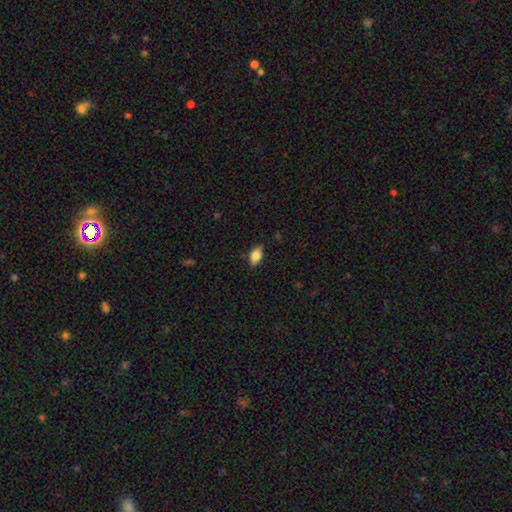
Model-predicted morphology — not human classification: Smooth or featured?
  - smooth: 84% *
  - featured or disk: 8%
  - star or artifact: 8%
How rounded?
  - in between: 90% *
  - round: 7%
  - cigar-shaped: 3%
Merging?
  - none: 84% *
  - minor disturbance: 13%
  - major disturbance: 2%
  - merger: 1%